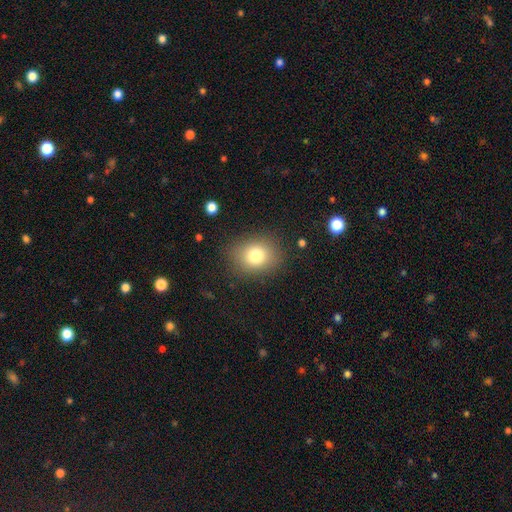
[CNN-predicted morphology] This is likely a smooth galaxy (78%). How rounded: possibly round (56%). Merging: clearly none (84%).